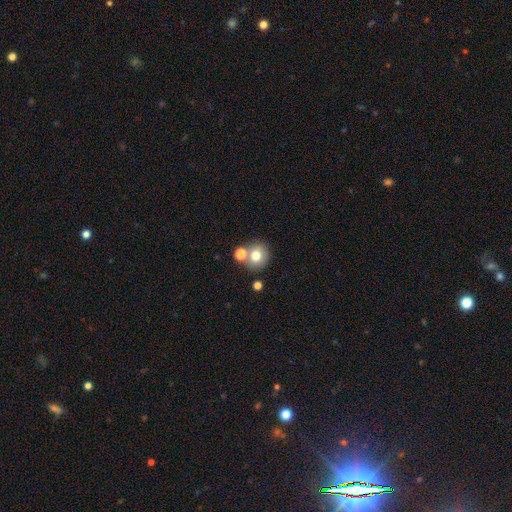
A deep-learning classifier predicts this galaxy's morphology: smooth 76%, featured or disk 12%, star or artifact 12%. Down the decision tree: how rounded — round (85%); merging — none (63%).